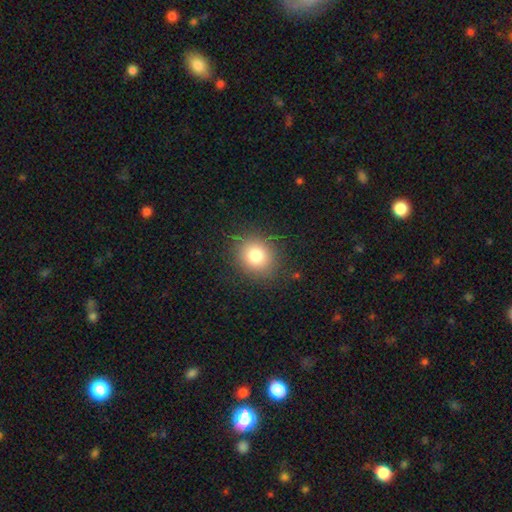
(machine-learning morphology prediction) A smooth galaxy with no disk features (78%) that is round (78%). Merging: none (84%).